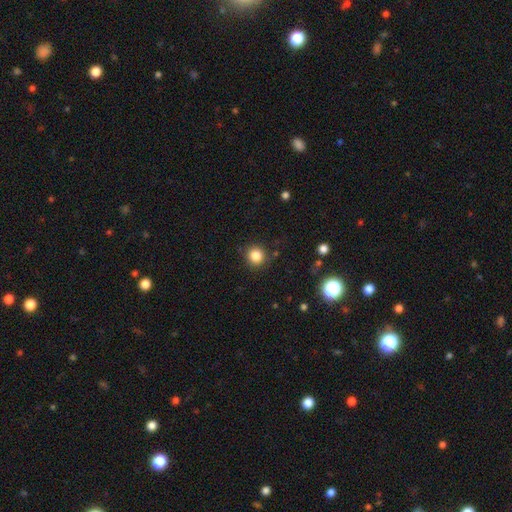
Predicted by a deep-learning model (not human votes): Smooth or featured? smooth (84%)
How rounded? round (93%)
Merging? none (88%)